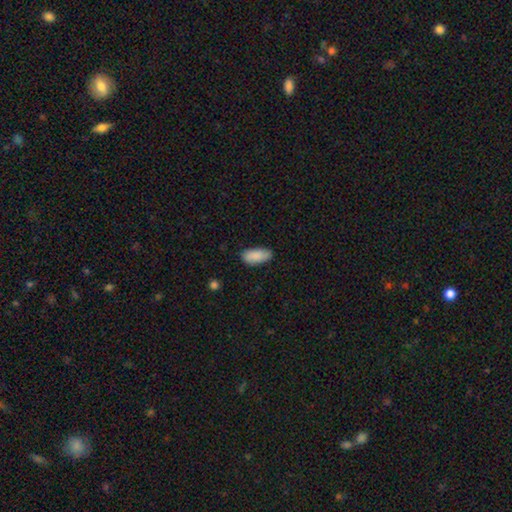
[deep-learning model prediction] Smooth or featured: smooth — 89% (star or artifact — 6%)
How rounded: in between — 89% (cigar-shaped — 9%)
Merging: none — 81% (minor disturbance — 15%)